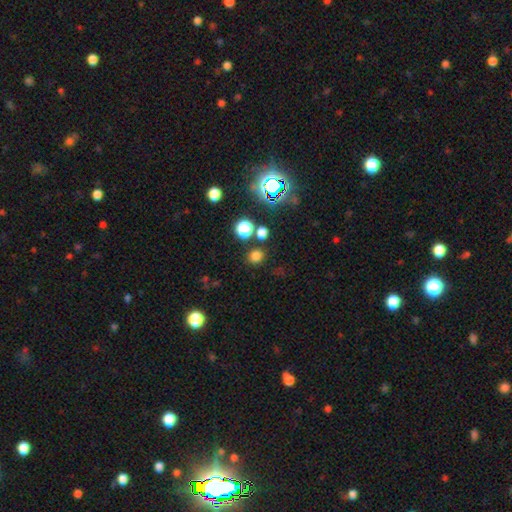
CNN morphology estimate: The model was most divided on "smooth or featured": smooth: 72%, star or artifact: 23%, featured or disk: 5%. More confident: how rounded — round (85%); merging — none (81%).